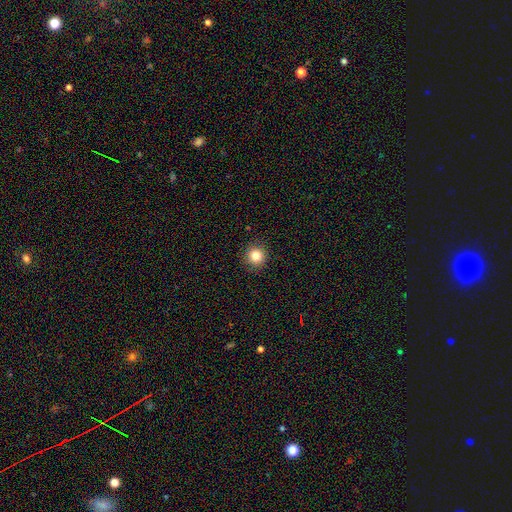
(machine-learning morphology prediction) type=smooth (83%); roundness=round (94%); merging=none (91%).